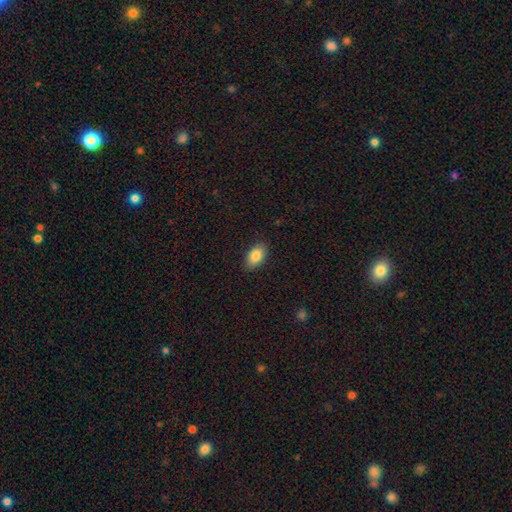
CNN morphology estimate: This is clearly a smooth galaxy (86%). How rounded: clearly in between (92%). Merging: clearly none (87%).